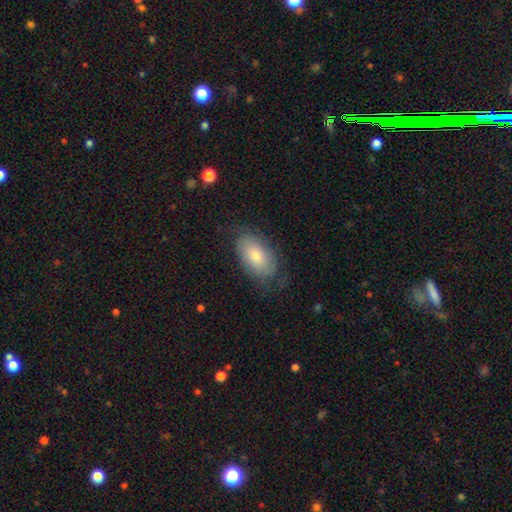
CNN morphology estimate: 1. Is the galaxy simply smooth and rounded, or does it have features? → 63% smooth, 30% featured or disk, 7% star or artifact.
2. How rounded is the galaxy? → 92% in between, 6% round, 2% cigar-shaped.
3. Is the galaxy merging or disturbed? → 69% none, 22% minor disturbance, 9% major disturbance, 1% merger.